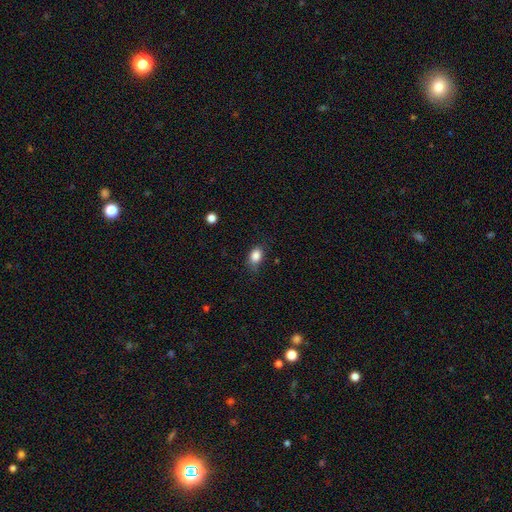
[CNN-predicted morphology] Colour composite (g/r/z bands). It shows a smooth galaxy with no disk features (85%) that is in between round and cigar-shaped (70%). Merging: none (73%).